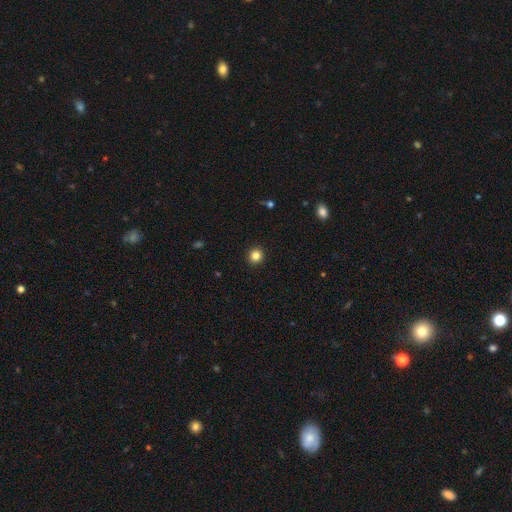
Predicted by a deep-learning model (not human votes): This appears to be a smooth galaxy with no disk features (84%) that is round (94%). Merging: none (93%).